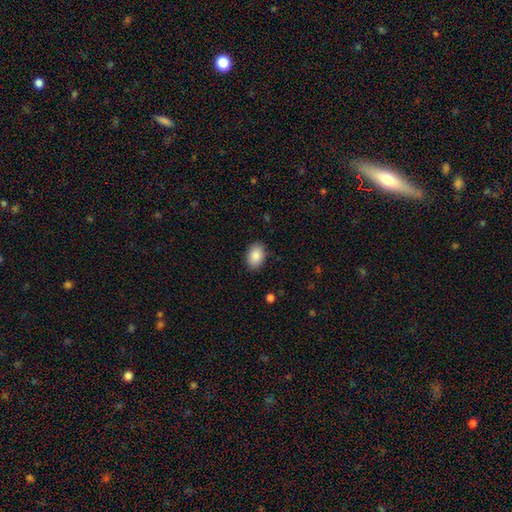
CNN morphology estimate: type=smooth (88%); roundness=in between (83%); merging=none (88%).